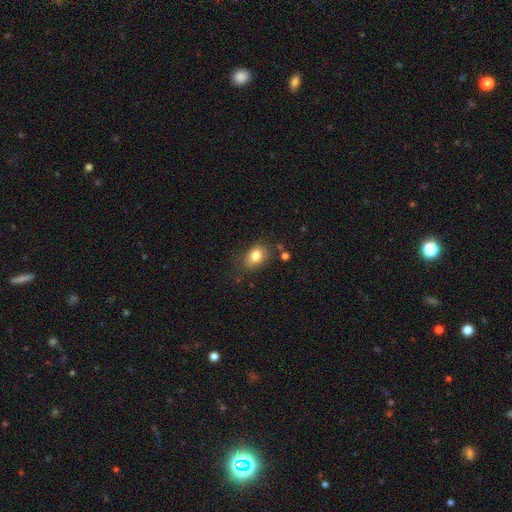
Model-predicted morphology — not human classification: Smooth or featured? Predicted: smooth (p=0.82). How rounded? Predicted: in between (p=0.70). Merging? Predicted: none (p=0.71).